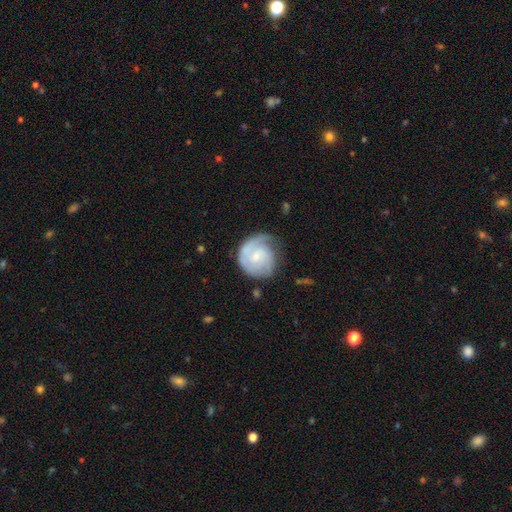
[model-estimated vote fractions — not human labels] A featured or disk galaxy (65%) with no bar (61%), 1 (42%) tight (54%) spiral arms (90%) and a small central bulge (57%).

Vote fractions:
- Smooth or featured? featured or disk: 65% / smooth: 29% / star or artifact: 6%
- Edge-on disk? no: 98% / yes: 2%
- Bar? no: 61% / weak: 35% / strong: 4%
- Spiral arms? yes: 90% / no: 10%
- Spiral winding? tight: 54% / medium: 32% / loose: 14%
- Spiral arm count? 1: 42% / 2: 28% / can't tell: 20% / 3: 6% / 4: 2% / more than 4: 2%
- Bulge size? small: 57% / moderate: 29% / none: 10% / large: 3% / dominant: 1%
- Merging? none: 53% / minor disturbance: 27% / major disturbance: 17% / merger: 2%